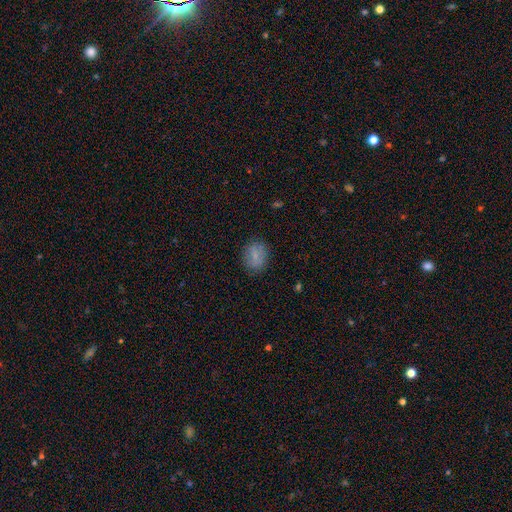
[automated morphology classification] Smooth or featured? smooth (73%)
How rounded? round (54%)
Merging? none (80%)